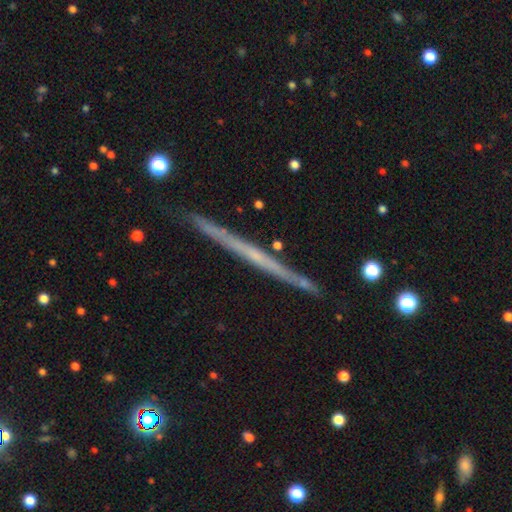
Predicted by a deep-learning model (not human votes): This is likely a featured or disk galaxy (69%). It is clearly viewed edge-on (98%). Edge-on bulge: clearly none (87%). Merging: clearly none (91%).